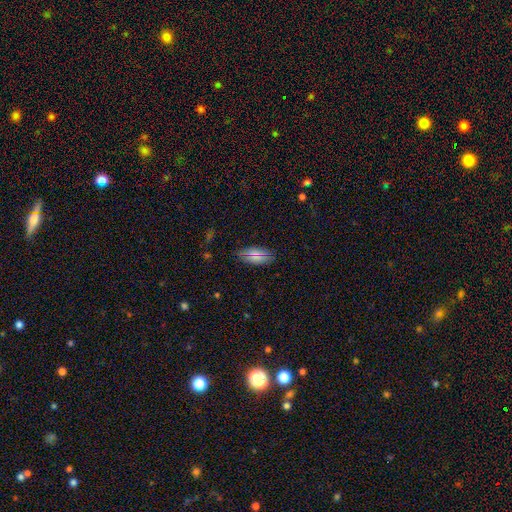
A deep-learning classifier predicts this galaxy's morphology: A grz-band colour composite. It shows a smooth galaxy with no disk features (75%) that is in between round and cigar-shaped (91%). Merging: none (84%).